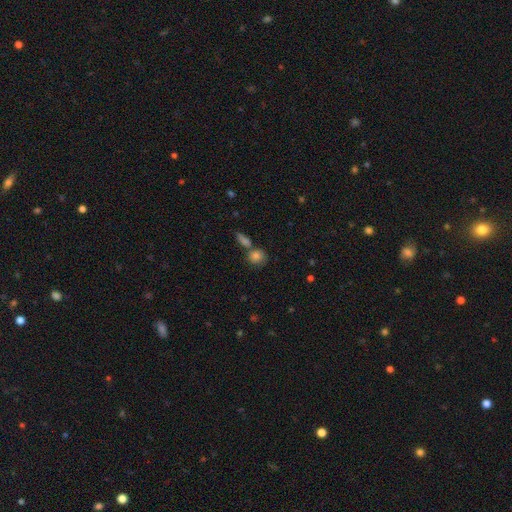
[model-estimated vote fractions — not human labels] Q: Smooth or featured?
A: smooth (82%); runner-up: star or artifact (9%)
Q: How rounded?
A: round (75%); runner-up: in between (22%)
Q: Merging?
A: none (55%); runner-up: merger (29%)